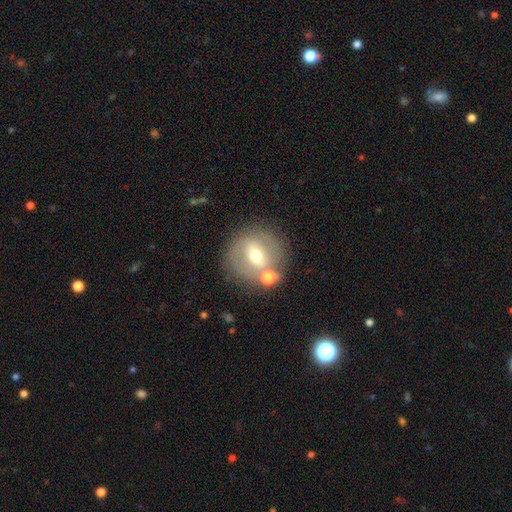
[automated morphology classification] Q: Smooth or featured?
A: featured or disk (53%); runner-up: smooth (37%)
Q: Edge-on disk?
A: no (90%); runner-up: yes (10%)
Q: Merging?
A: none (73%); runner-up: minor disturbance (12%)